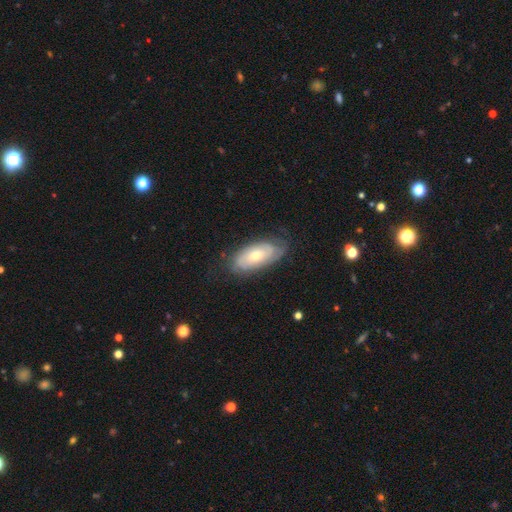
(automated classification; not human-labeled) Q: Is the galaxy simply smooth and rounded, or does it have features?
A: featured or disk — 59%.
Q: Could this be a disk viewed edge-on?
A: no — 89%.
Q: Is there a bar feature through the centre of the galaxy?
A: no — 73%.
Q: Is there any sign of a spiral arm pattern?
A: yes — 77%.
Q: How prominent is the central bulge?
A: moderate — 61%.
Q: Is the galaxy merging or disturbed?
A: none — 72%.